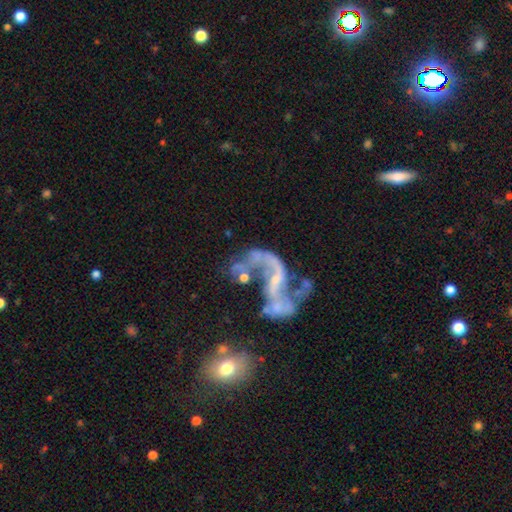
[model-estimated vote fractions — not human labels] Smooth or featured?
  - featured or disk: 83% *
  - star or artifact: 10%
  - smooth: 7%
Edge-on disk?
  - no: 97% *
  - yes: 3%
Bar?
  - no: 45% *
  - weak: 35%
  - strong: 21%
Spiral arms?
  - yes: 82% *
  - no: 18%
Spiral winding?
  - loose: 85% *
  - medium: 12%
  - tight: 3%
Spiral arm count?
  - 2: 81% *
  - 1: 9%
  - can't tell: 5%
  - 3: 2%
  - 4: 1%
  - more than 4: 1%
Bulge size?
  - small: 49% *
  - none: 36%
  - moderate: 12%
  - large: 1%
  - dominant: 1%
Merging?
  - major disturbance: 31% *
  - none: 29%
  - merger: 25%
  - minor disturbance: 15%